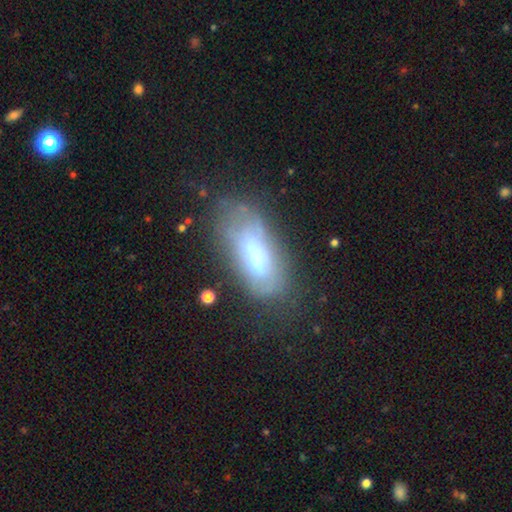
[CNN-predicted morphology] smooth-or-featured: smooth: 48% | featured or disk: 42% | star or artifact: 10%
  merging: none: 46% | minor disturbance: 27% | major disturbance: 20% | merger: 7%